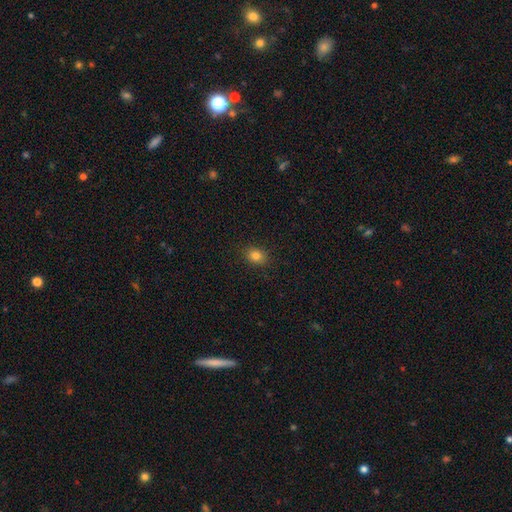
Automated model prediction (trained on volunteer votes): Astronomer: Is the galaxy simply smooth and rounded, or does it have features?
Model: smooth — 82%.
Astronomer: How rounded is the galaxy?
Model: in between — 51% (runner-up: round, 48%).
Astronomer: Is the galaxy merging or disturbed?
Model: none — 88%.